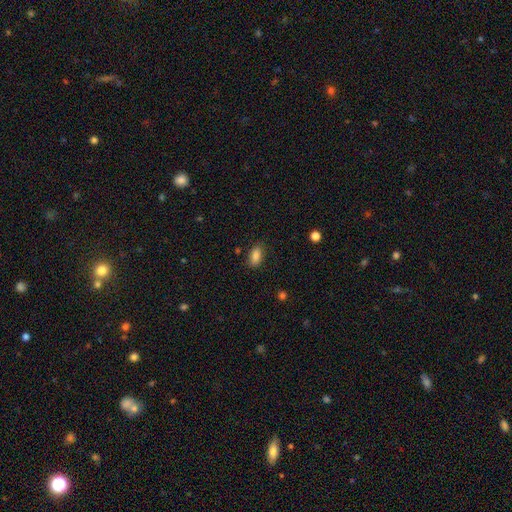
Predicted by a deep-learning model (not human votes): smooth 87%, star or artifact 9%, featured or disk 5%. Down the decision tree: how rounded — in between (89%); merging — none (84%).